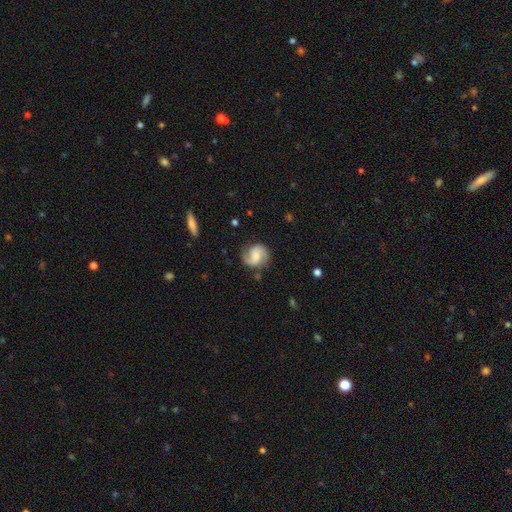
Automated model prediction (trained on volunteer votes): Smooth or featured? featured or disk (77%)
Edge-on disk? no (98%)
Bar? no (47%)
Spiral arms? yes (96%)
Spiral winding? medium (48%)
Spiral arm count? 2 (90%)
Bulge size? moderate (37%)
Merging? none (78%)